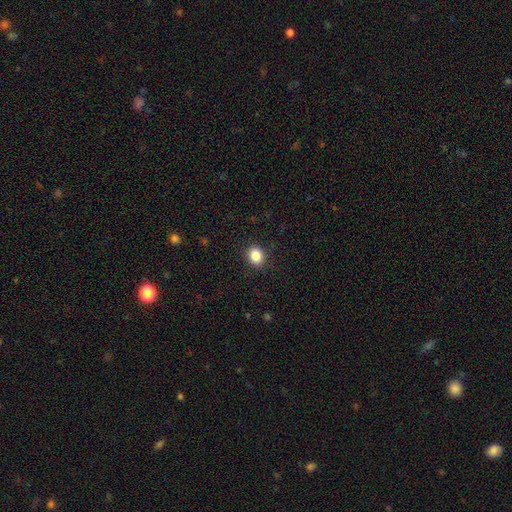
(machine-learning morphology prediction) Smooth or featured: smooth — 86% (star or artifact — 10%)
How rounded: round — 54% (in between — 46%)
Merging: none — 90% (minor disturbance — 7%)